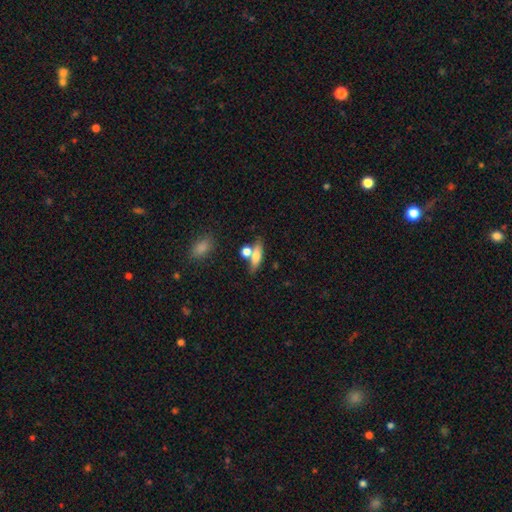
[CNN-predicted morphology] Smooth or featured? Predicted: smooth (p=0.67). How rounded? Predicted: in between (p=0.46). Merging? Predicted: none (p=0.56).